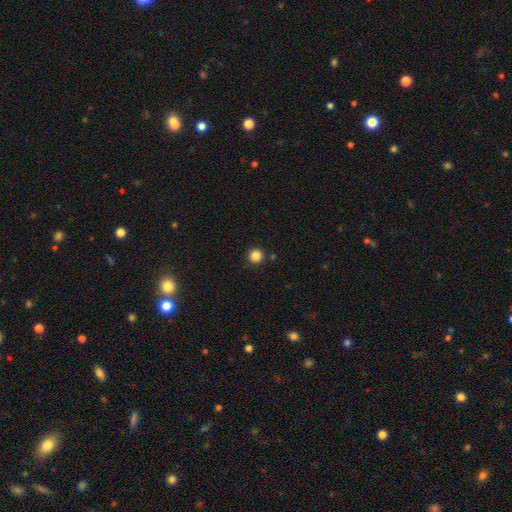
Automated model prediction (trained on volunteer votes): smooth_or_featured: smooth (p=0.85) [alt: star or artifact p=0.12]
how_rounded: round (p=0.96) [alt: in between p=0.03]
merging: none (p=0.89) [alt: minor disturbance p=0.06]